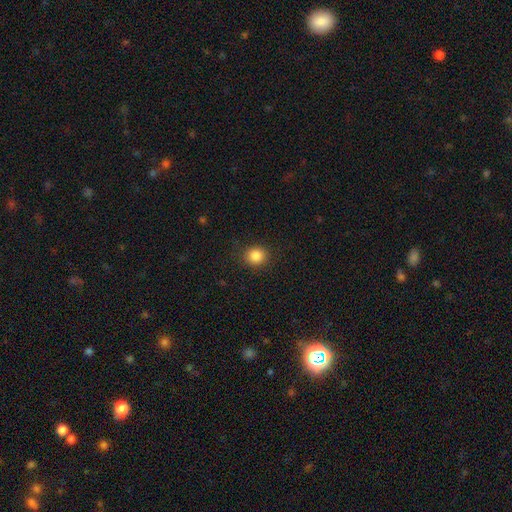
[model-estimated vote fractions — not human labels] Smooth or featured?
  - smooth: 85% *
  - star or artifact: 10%
  - featured or disk: 4%
How rounded?
  - round: 81% *
  - in between: 19%
  - cigar-shaped: 1%
Merging?
  - none: 89% *
  - minor disturbance: 8%
  - major disturbance: 3%
  - merger: 1%